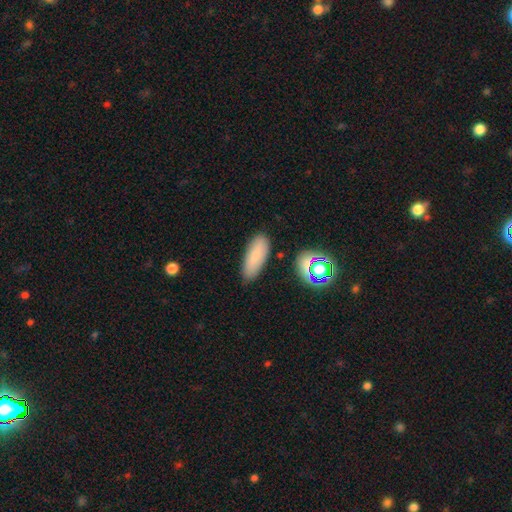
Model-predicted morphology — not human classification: smooth_or_featured: smooth (p=0.80) [alt: featured or disk p=0.11]
how_rounded: in between (p=0.71) [alt: cigar-shaped p=0.27]
merging: none (p=0.82) [alt: minor disturbance p=0.12]